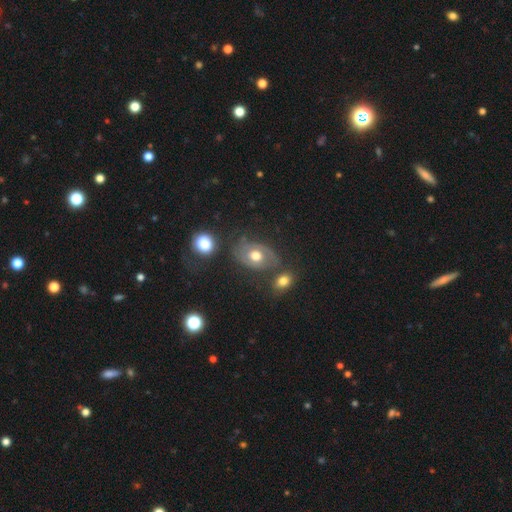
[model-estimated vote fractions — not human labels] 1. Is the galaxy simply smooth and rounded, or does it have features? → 61% featured or disk, 30% smooth, 9% star or artifact.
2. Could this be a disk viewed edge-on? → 95% no, 5% yes.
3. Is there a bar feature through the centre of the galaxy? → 81% no, 16% weak, 4% strong.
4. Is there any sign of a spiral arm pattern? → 66% yes, 34% no.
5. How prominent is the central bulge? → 66% moderate, 26% large, 5% small, 2% dominant, 1% none.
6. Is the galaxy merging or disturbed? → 57% none, 20% minor disturbance, 12% major disturbance, 11% merger.